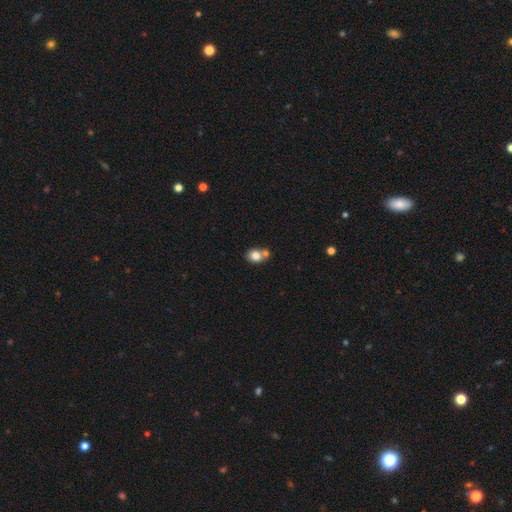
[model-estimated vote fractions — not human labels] The model was most divided on "merging": none: 44%, merger: 42%, minor disturbance: 10%, major disturbance: 3%. More confident: smooth or featured — smooth (79%); how rounded — round (57%).